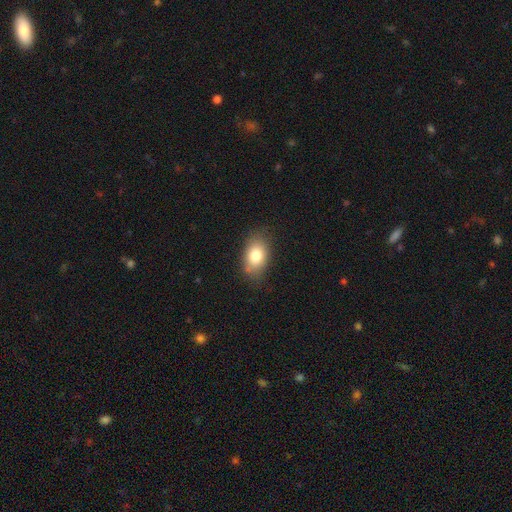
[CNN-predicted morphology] Overall: smooth (80%). How rounded: in between (85%). Merging: none (75%).